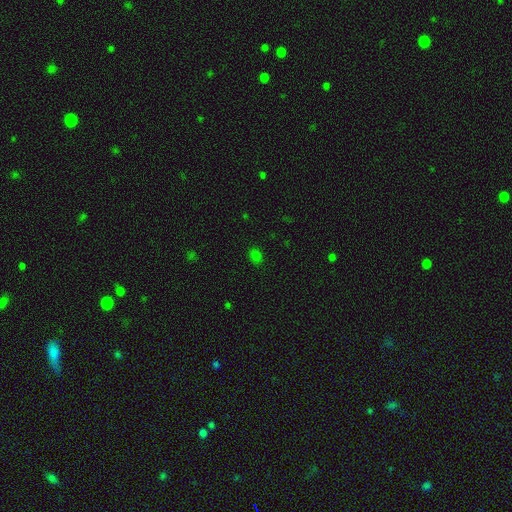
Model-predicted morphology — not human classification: Smooth or featured? smooth (76%)
How rounded? in between (59%)
Merging? none (86%)